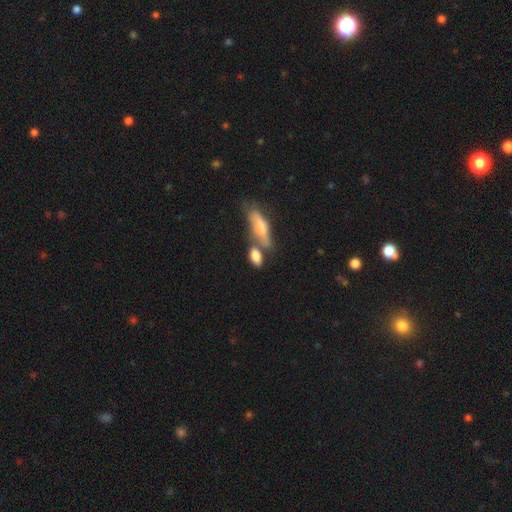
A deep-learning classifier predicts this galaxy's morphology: Smooth or featured? smooth (79%)
How rounded? in between (83%)
Merging? none (47%)